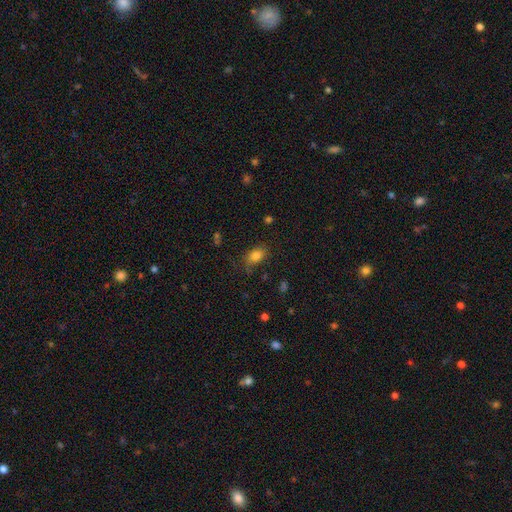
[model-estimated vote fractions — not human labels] Morphology: type=smooth (82%); roundness=in between (81%); merging=none (70%).